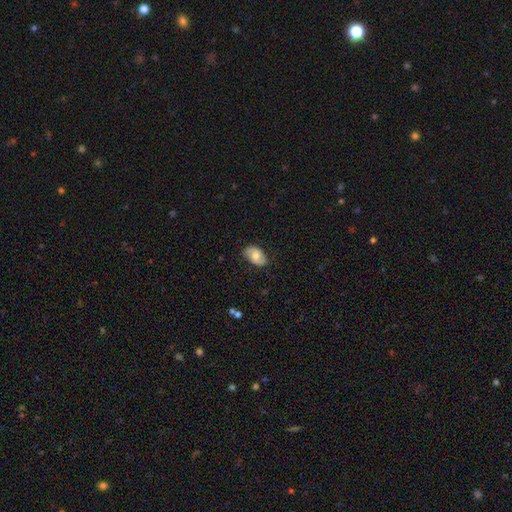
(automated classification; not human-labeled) This is likely a smooth galaxy (65%). How rounded: clearly in between (92%). Merging: likely none (76%).